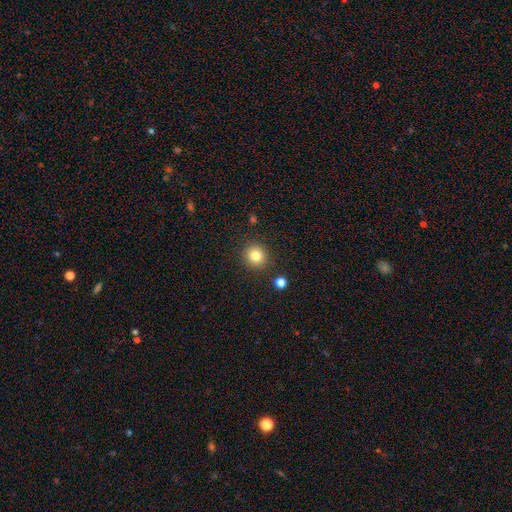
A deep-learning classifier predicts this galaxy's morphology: Smooth or featured? smooth (82%)
How rounded? round (91%)
Merging? none (89%)